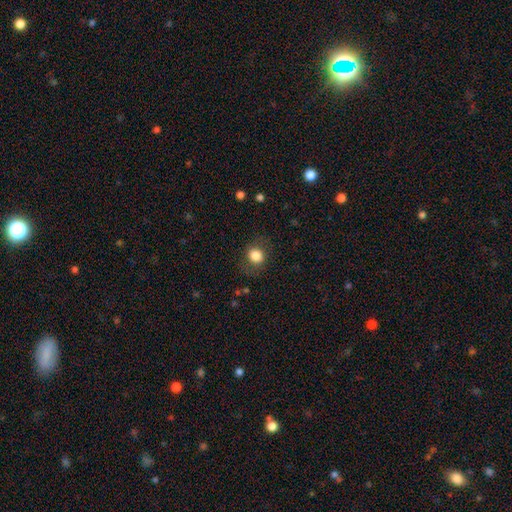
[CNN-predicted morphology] A smooth galaxy with no disk features (83%) that is round (71%).

Vote fractions:
- Smooth or featured? smooth: 83% / star or artifact: 9% / featured or disk: 8%
- How rounded? round: 71% / in between: 28% / cigar-shaped: 1%
- Merging? none: 78% / minor disturbance: 14% / major disturbance: 7% / merger: 1%